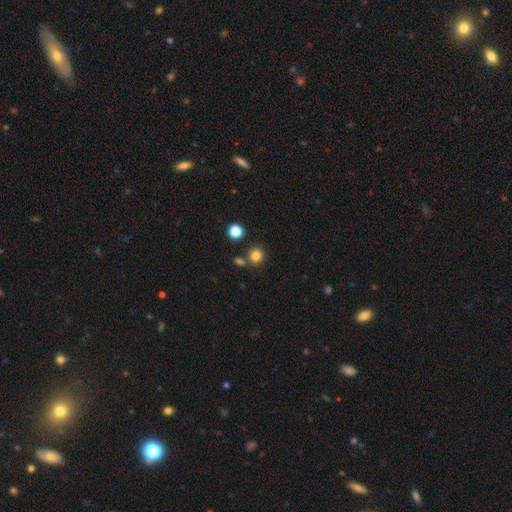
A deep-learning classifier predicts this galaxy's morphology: type=smooth (82%); roundness=round (90%); merging=none (78%).